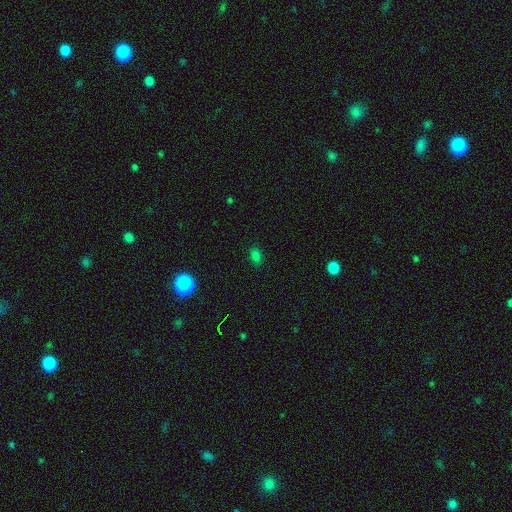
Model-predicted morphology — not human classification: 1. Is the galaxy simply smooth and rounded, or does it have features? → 77% smooth, 19% star or artifact, 5% featured or disk.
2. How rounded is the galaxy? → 78% in between, 20% round, 2% cigar-shaped.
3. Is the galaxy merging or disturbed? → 86% none, 10% minor disturbance, 2% major disturbance, 1% merger.